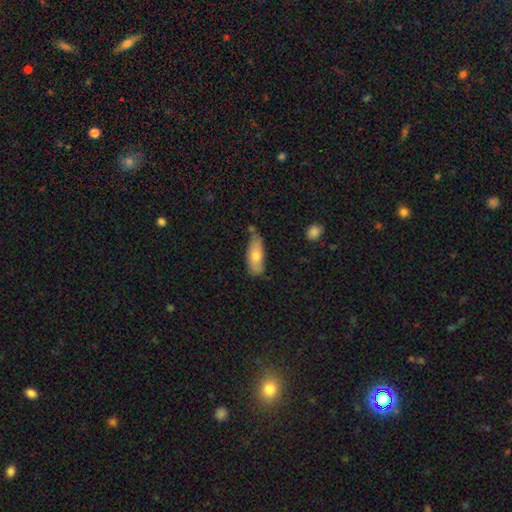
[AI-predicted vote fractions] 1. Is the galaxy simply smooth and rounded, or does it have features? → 72% smooth, 22% featured or disk, 6% star or artifact.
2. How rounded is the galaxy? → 65% in between, 33% cigar-shaped, 2% round.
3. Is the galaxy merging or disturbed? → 59% none, 29% minor disturbance, 7% merger, 5% major disturbance.